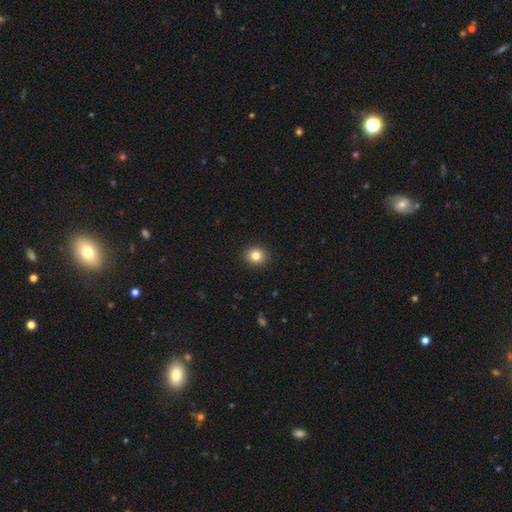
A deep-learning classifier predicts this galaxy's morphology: Overall: smooth (83%). How rounded: round (83%). Merging: none (92%).